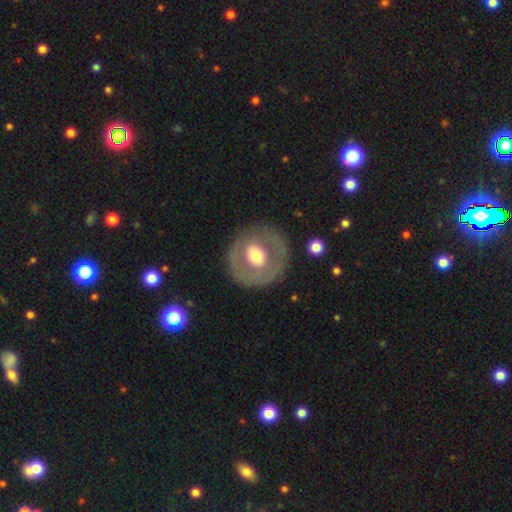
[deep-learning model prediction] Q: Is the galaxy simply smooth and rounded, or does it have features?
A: featured or disk — 51%.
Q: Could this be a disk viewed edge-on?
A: no — 95%.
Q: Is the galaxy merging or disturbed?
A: none — 80%.